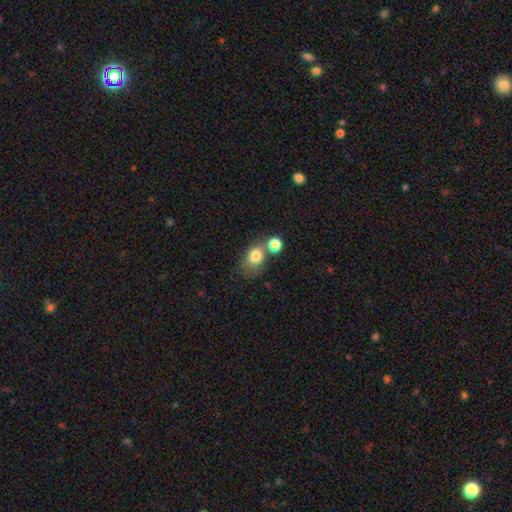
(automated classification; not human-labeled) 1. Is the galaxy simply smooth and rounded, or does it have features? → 79% smooth, 11% featured or disk, 10% star or artifact.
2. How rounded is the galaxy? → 55% in between, 44% round, 1% cigar-shaped.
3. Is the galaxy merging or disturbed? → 41% merger, 38% none, 14% minor disturbance, 7% major disturbance.